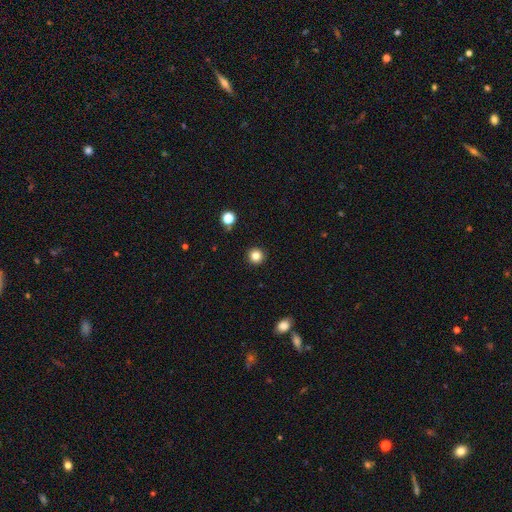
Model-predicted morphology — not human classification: A smooth galaxy with no disk features (83%) that is round (96%).

Vote fractions:
- Smooth or featured? smooth: 83% / star or artifact: 12% / featured or disk: 5%
- How rounded? round: 96% / in between: 3% / cigar-shaped: 1%
- Merging? none: 93% / minor disturbance: 5% / major disturbance: 2% / merger: 1%